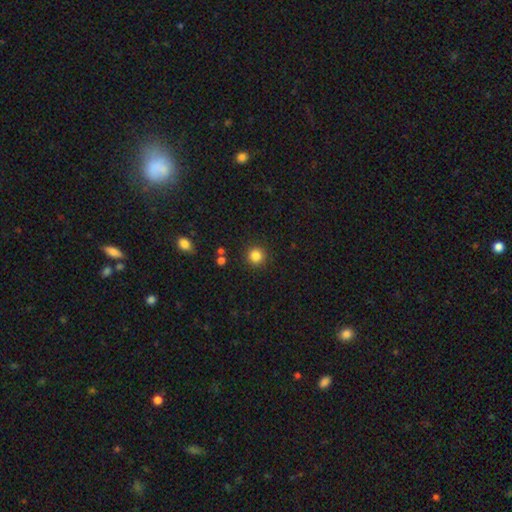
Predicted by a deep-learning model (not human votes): Smooth or featured: smooth — 84% (star or artifact — 11%)
How rounded: round — 95% (in between — 5%)
Merging: none — 90% (minor disturbance — 6%)